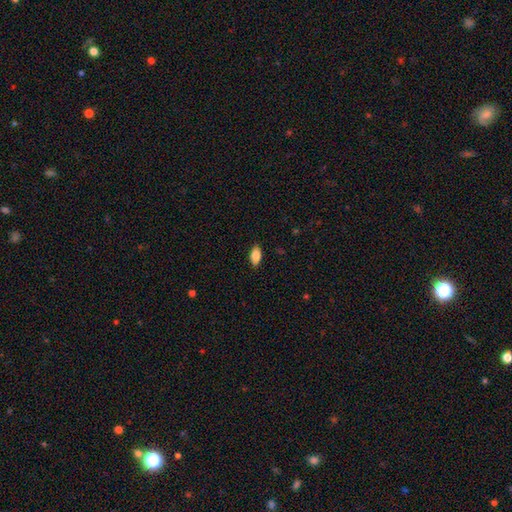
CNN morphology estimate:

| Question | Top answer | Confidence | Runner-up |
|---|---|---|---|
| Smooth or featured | smooth | 86% | featured or disk (7%) |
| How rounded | in between | 91% | cigar-shaped (6%) |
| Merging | none | 88% | minor disturbance (9%) |